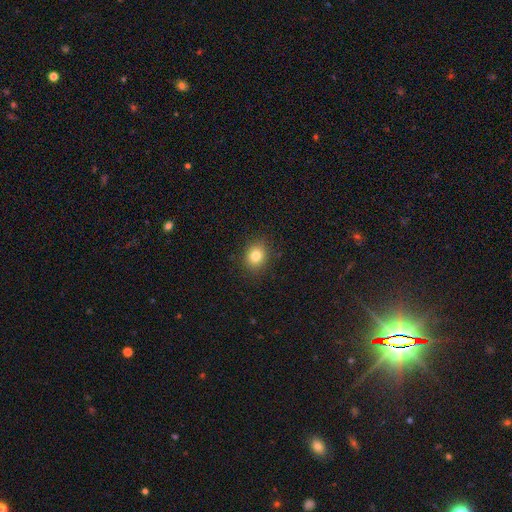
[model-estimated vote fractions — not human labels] This is clearly a smooth galaxy (81%). How rounded: likely round (66%). Merging: clearly none (89%).